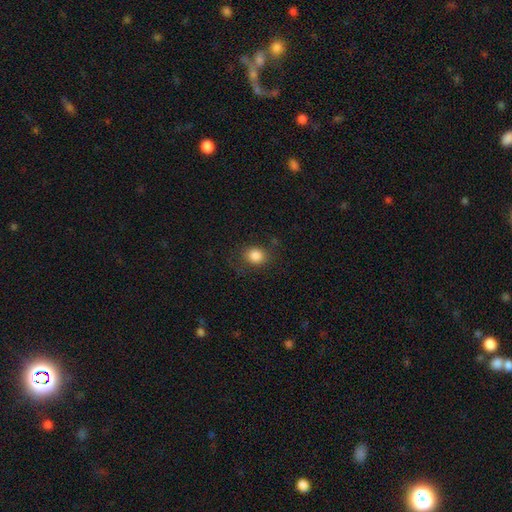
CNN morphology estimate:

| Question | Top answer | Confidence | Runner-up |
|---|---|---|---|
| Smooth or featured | smooth | 84% | star or artifact (10%) |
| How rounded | round | 67% | in between (32%) |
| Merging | none | 77% | minor disturbance (15%) |